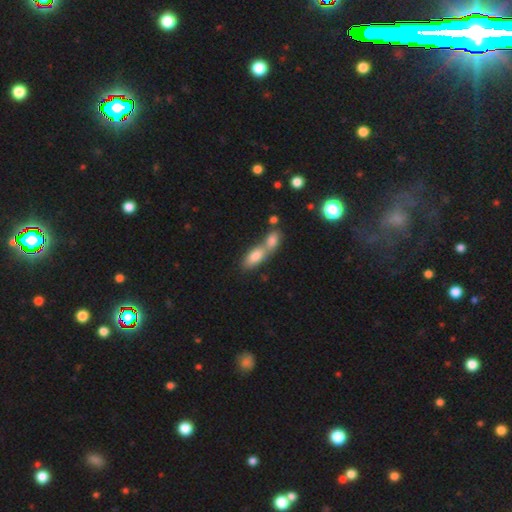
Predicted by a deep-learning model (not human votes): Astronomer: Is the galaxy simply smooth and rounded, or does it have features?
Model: smooth — 78%.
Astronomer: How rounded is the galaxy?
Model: in between — 79%.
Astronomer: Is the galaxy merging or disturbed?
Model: merger — 67%.